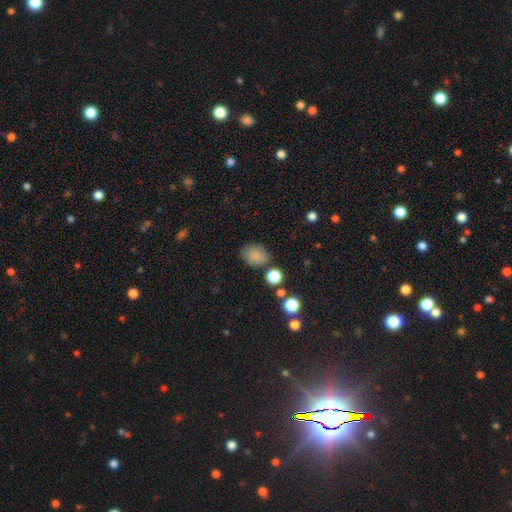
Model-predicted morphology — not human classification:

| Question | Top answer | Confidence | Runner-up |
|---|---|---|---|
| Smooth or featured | smooth | 83% | star or artifact (11%) |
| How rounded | round | 50% | in between (49%) |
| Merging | none | 76% | minor disturbance (15%) |